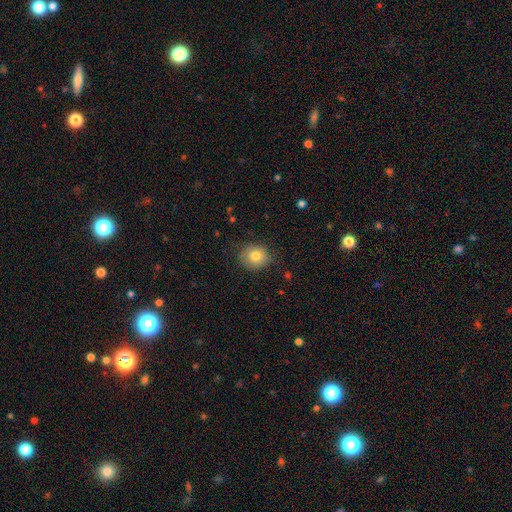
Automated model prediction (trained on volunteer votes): Smooth or featured: smooth — 79% (featured or disk — 12%)
How rounded: round — 76% (in between — 23%)
Merging: none — 80% (minor disturbance — 15%)